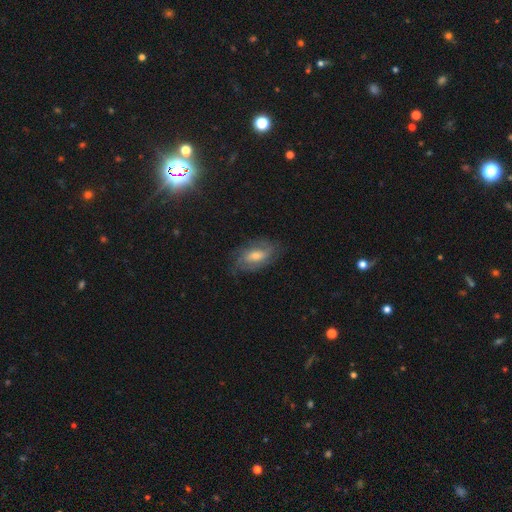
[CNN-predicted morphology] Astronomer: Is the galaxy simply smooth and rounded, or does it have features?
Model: featured or disk — 64%.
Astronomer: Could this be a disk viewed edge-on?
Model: no — 92%.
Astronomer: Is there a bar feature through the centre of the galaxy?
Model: weak — 44% (runner-up: no, 42%).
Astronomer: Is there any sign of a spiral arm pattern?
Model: yes — 87%.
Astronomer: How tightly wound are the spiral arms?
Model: tight — 44% (runner-up: medium, 40%).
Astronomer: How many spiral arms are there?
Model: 2 — 42% (runner-up: can't tell, 34%).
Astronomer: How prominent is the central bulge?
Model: moderate — 57%.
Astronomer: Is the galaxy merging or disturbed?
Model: none — 73%.